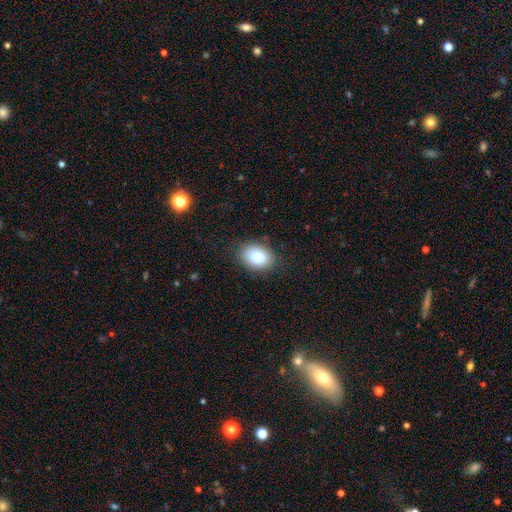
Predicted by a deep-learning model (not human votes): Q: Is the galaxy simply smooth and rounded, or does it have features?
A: smooth — 84%.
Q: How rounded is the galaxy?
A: in between — 80%.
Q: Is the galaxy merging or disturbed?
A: none — 85%.